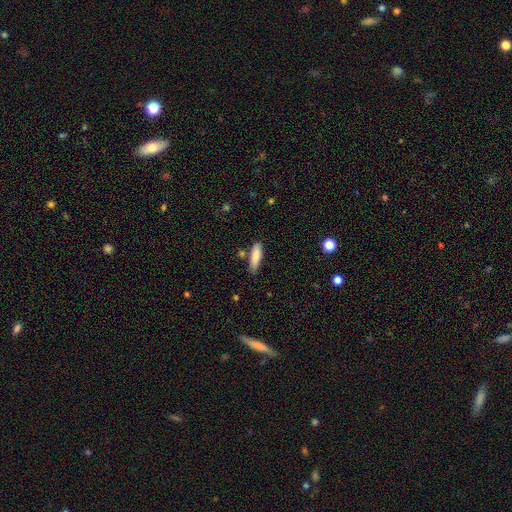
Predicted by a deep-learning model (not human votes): Smooth or featured? smooth (80%)
How rounded? cigar-shaped (60%)
Merging? none (77%)